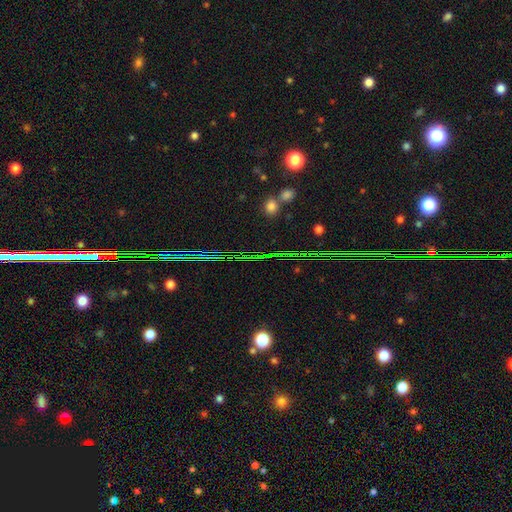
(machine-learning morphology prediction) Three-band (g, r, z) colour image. It shows a star or artifact, not a galaxy (79%).